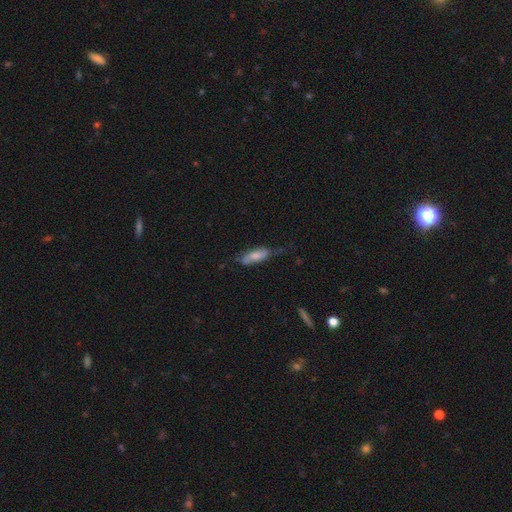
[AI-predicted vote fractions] A smooth galaxy with no disk features (62%) that is in between round and cigar-shaped (61%). Merging: none (51%).